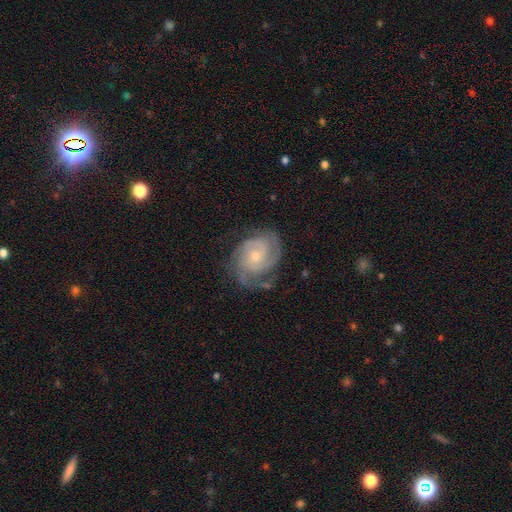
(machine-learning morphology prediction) smooth-or-featured: featured or disk: 88% | smooth: 7% | star or artifact: 5%
  disk-edge-on: no: 98% | yes: 2%
    bar: no: 71% | weak: 25% | strong: 4%
    has-spiral-arms: yes: 97% | no: 3%
      spiral-winding: tight: 62% | medium: 32% | loose: 6%
      spiral-arm-count: 3: 36% | 2: 34% | can't tell: 15% | 4: 7% | 1: 4% | more than 4: 4%
    bulge-size: small: 56% | moderate: 40% | large: 2% | none: 2% | dominant: 1%
  merging: none: 68% | minor disturbance: 21% | major disturbance: 9% | merger: 2%